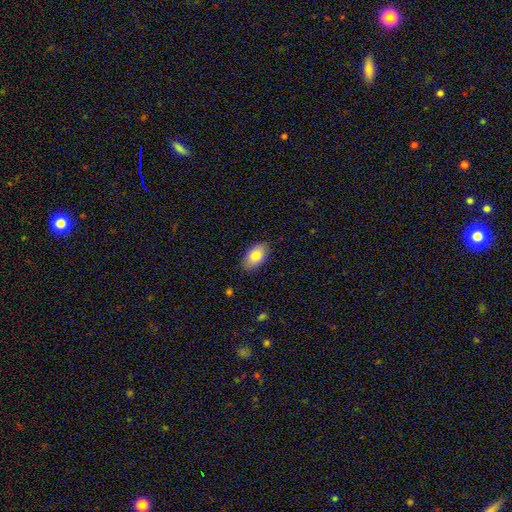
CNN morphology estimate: Smooth or featured? smooth (81%)
How rounded? in between (92%)
Merging? none (86%)